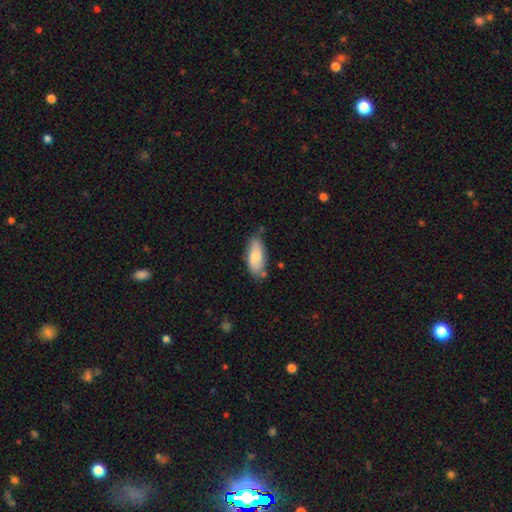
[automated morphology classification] smooth_or_featured: smooth (p=0.77) [alt: featured or disk p=0.17]
how_rounded: in between (p=0.81) [alt: cigar-shaped p=0.17]
merging: none (p=0.69) [alt: minor disturbance p=0.23]